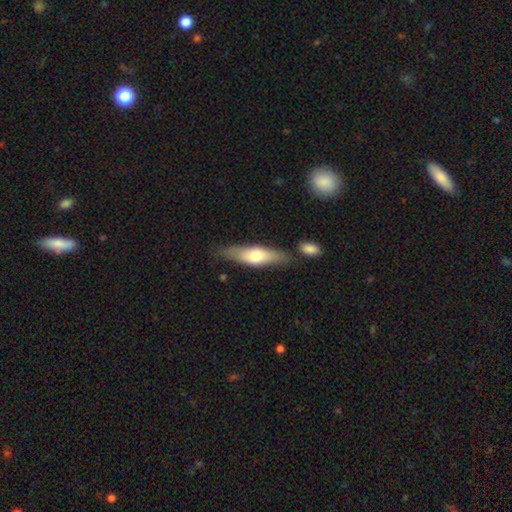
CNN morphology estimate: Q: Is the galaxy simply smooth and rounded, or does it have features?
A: smooth — 58%.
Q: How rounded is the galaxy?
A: cigar-shaped — 57%.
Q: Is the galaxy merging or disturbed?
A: none — 72%.